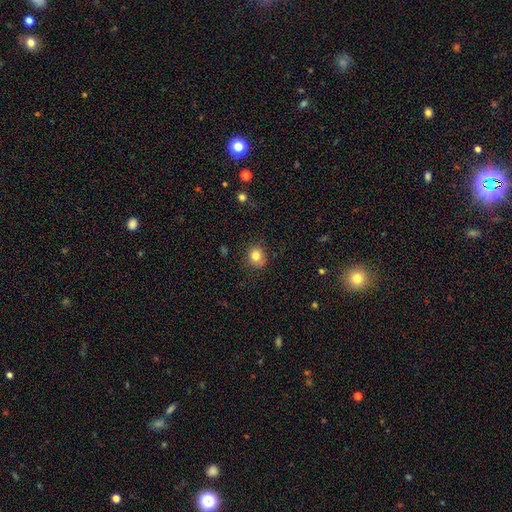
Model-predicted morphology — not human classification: Q: Smooth or featured?
A: smooth (82%); runner-up: star or artifact (12%)
Q: How rounded?
A: round (82%); runner-up: in between (17%)
Q: Merging?
A: none (83%); runner-up: minor disturbance (13%)